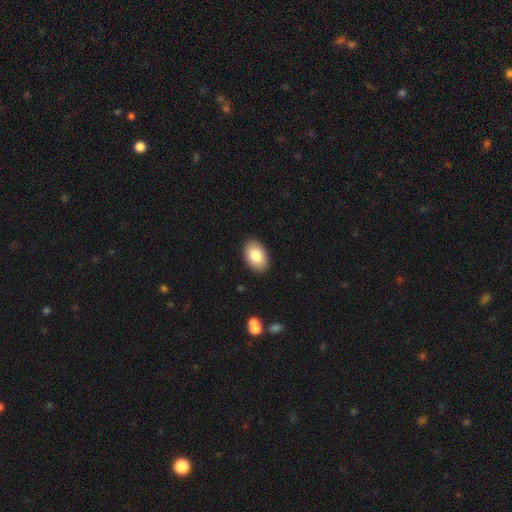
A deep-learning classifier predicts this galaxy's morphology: This appears to be a smooth galaxy with no disk features (84%) that is in between round and cigar-shaped (91%). Merging: none (89%).